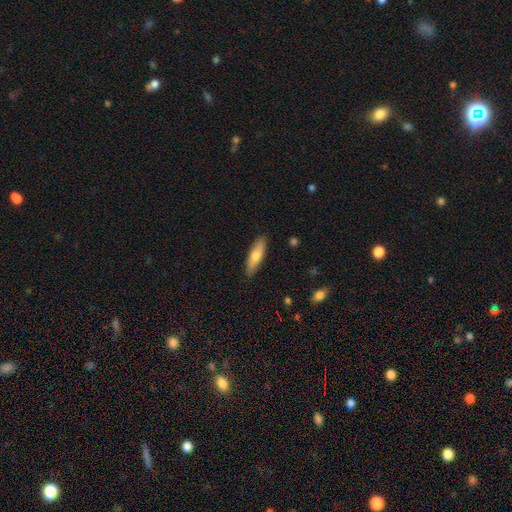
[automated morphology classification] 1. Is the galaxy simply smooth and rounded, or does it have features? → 66% smooth, 28% featured or disk, 5% star or artifact.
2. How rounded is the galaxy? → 64% cigar-shaped, 34% in between, 2% round.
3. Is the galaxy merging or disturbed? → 88% none, 9% minor disturbance, 2% major disturbance, 1% merger.